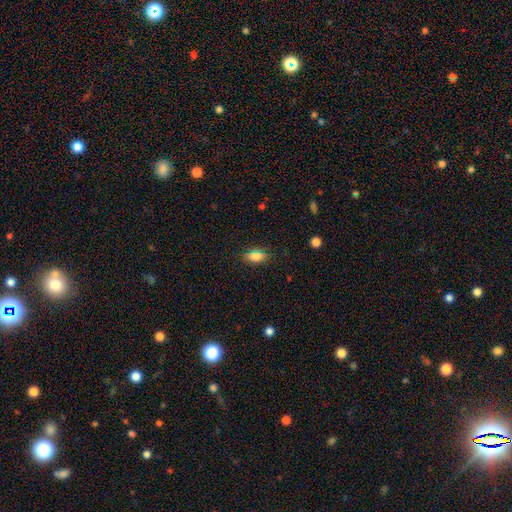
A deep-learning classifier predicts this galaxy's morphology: The model was most divided on "smooth or featured": smooth: 77%, star or artifact: 14%, featured or disk: 8%. More confident: merging — none (84%); how rounded — in between (83%).